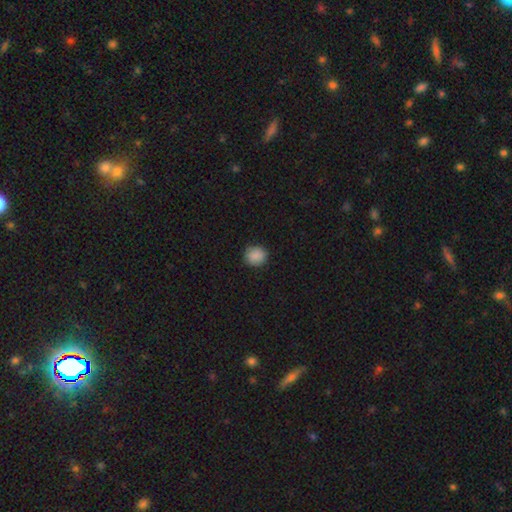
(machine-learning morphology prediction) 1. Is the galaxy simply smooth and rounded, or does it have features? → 88% smooth, 9% star or artifact, 3% featured or disk.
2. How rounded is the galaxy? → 85% round, 14% in between, 1% cigar-shaped.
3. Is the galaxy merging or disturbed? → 89% none, 8% minor disturbance, 2% major disturbance, 1% merger.